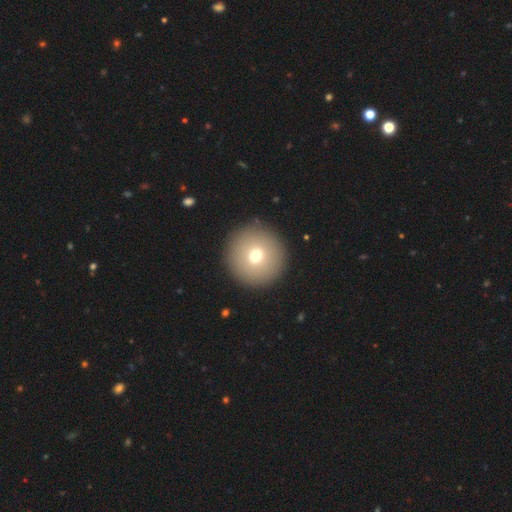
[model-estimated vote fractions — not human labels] A smooth galaxy with no disk features (71%) that is round (96%). Merging: none (91%).